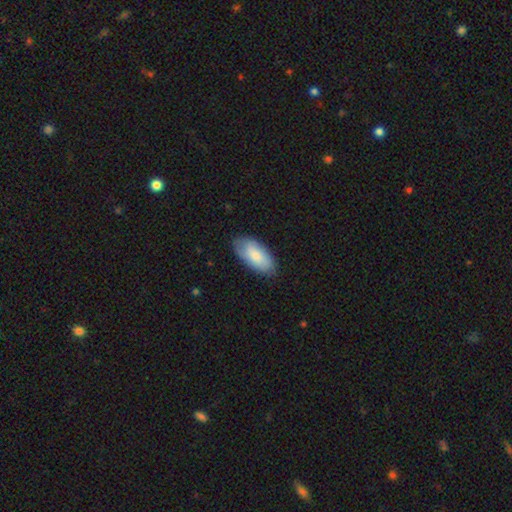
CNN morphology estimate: Smooth or featured? smooth (77%)
How rounded? in between (93%)
Merging? none (79%)